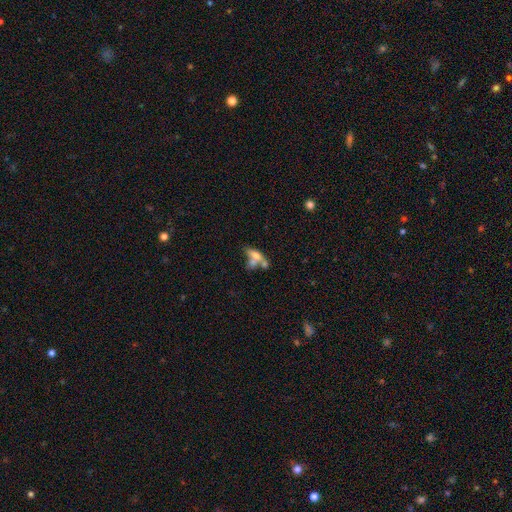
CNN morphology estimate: Smooth or featured: smooth — 52% (featured or disk — 37%)
How rounded: in between — 61% (cigar-shaped — 31%)
Merging: merger — 50% (none — 29%)